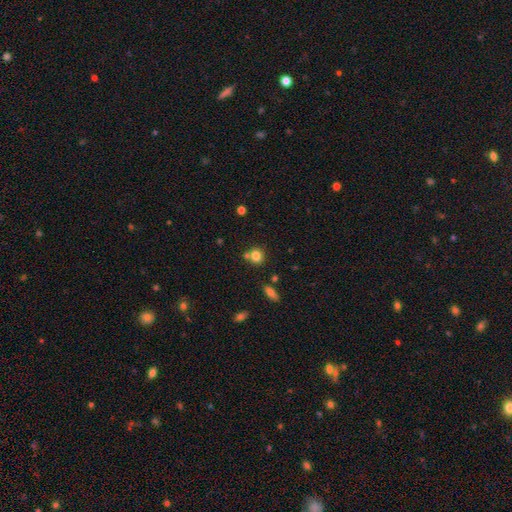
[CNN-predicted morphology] type=smooth (79%); roundness=round (84%); merging=none (64%).